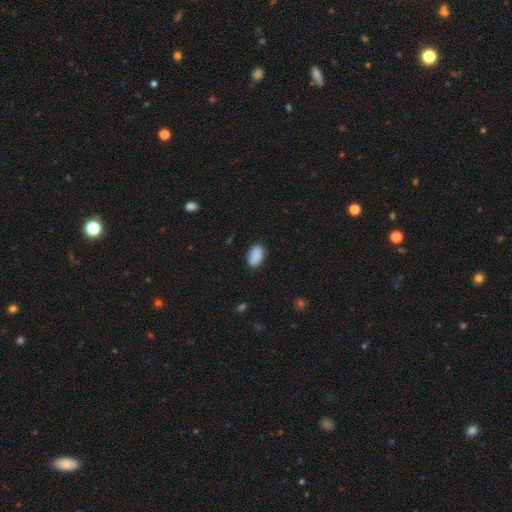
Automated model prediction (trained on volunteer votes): Smooth or featured? smooth (89%)
How rounded? in between (92%)
Merging? none (83%)